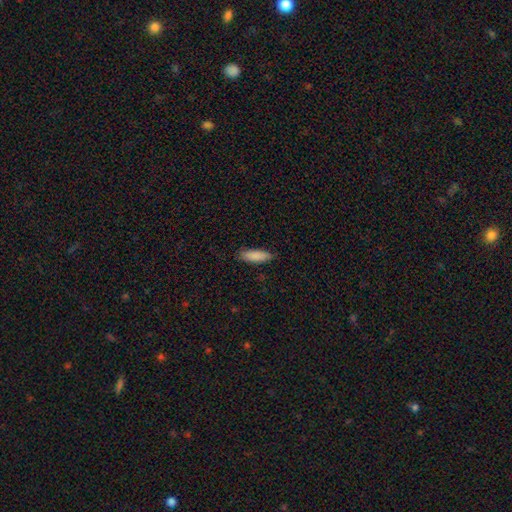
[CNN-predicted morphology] Smooth or featured? smooth (88%)
How rounded? in between (51%)
Merging? none (85%)